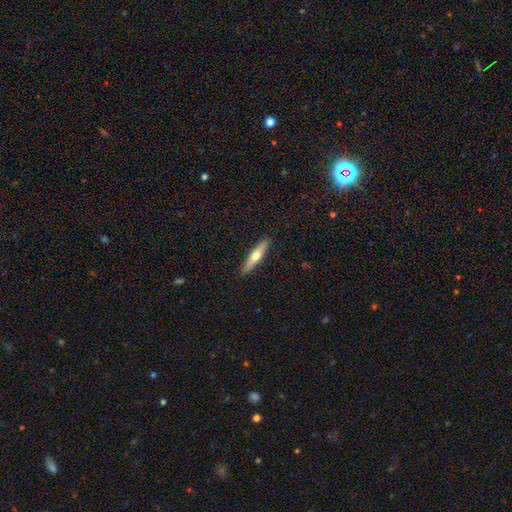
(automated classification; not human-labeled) Q: Smooth or featured?
A: featured or disk (50%); runner-up: smooth (45%)
Q: Merging?
A: none (91%); runner-up: minor disturbance (7%)